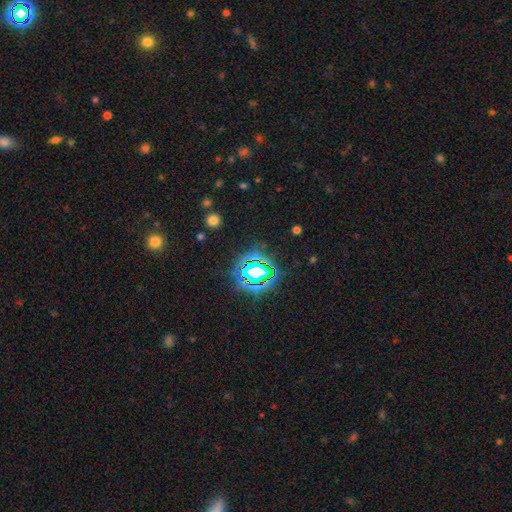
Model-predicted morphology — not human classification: type=star or artifact (78%).